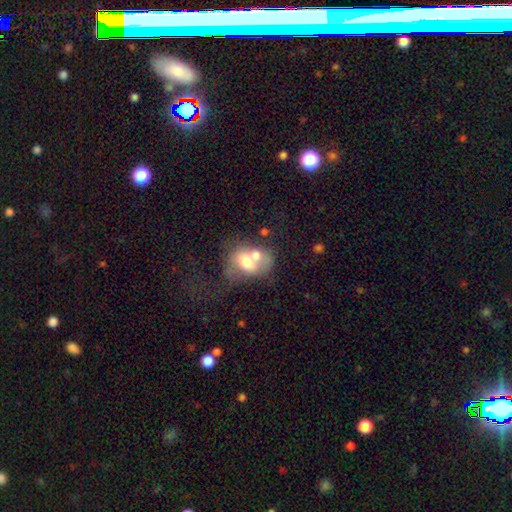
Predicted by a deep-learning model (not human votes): smooth_or_featured: smooth (p=0.57) [alt: featured or disk p=0.34]
how_rounded: in between (p=0.56) [alt: round p=0.43]
merging: merger (p=0.58) [alt: none p=0.19]